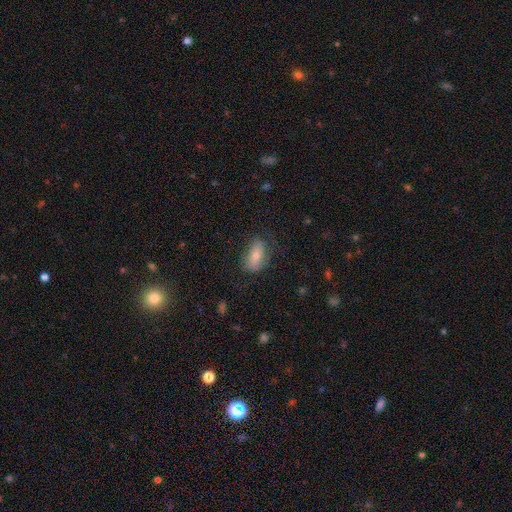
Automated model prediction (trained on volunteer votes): Overall: smooth (65%). How rounded: in between (88%). Merging: none (67%).